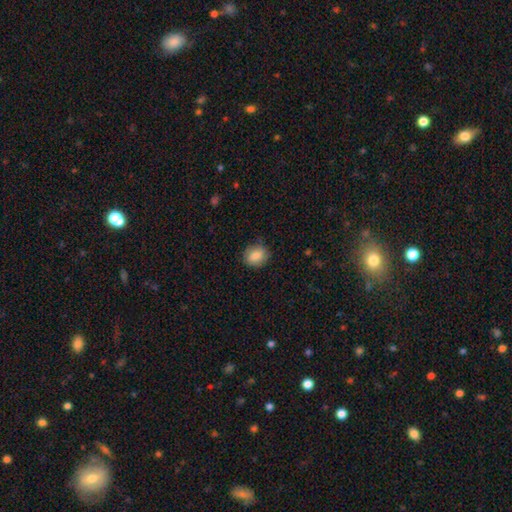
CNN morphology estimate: Smooth or featured: smooth — 85% (star or artifact — 8%)
How rounded: round — 53% (in between — 46%)
Merging: none — 80% (minor disturbance — 15%)